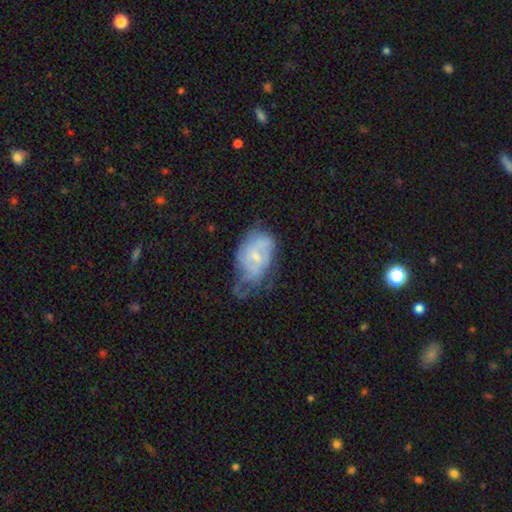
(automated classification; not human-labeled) This appears to be a featured or disk galaxy (56%) with no bar (55%), spiral arms (66%) and a small central bulge (63%). Merging: minor disturbance (37%).